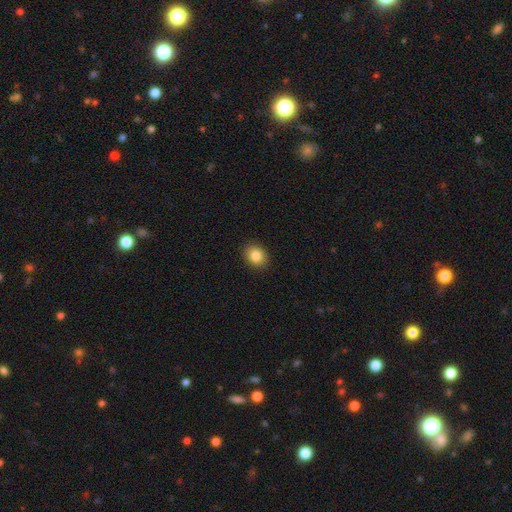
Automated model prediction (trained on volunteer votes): The model was most divided on "how rounded": round: 51%, in between: 48%, cigar-shaped: 1%. More confident: merging — none (90%); smooth or featured — smooth (86%).